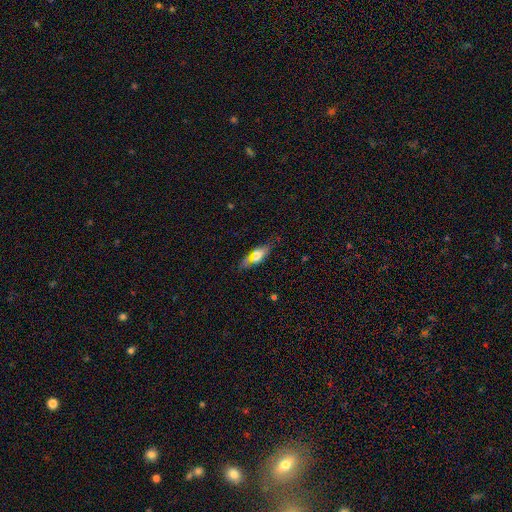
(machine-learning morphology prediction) This is likely a smooth galaxy (61%). How rounded: likely in between (67%). Merging: likely none (74%).